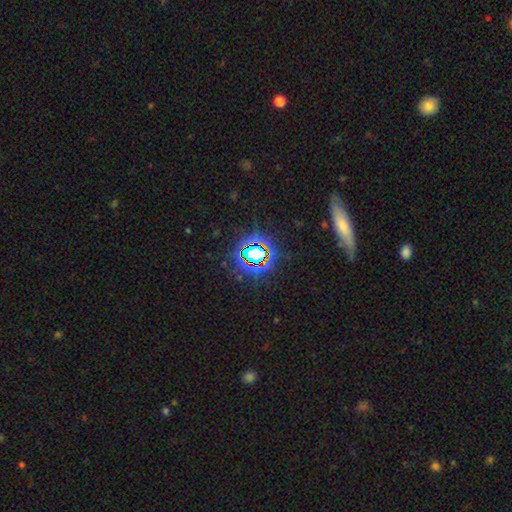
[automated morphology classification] Smooth or featured? Predicted: star or artifact (p=0.69).